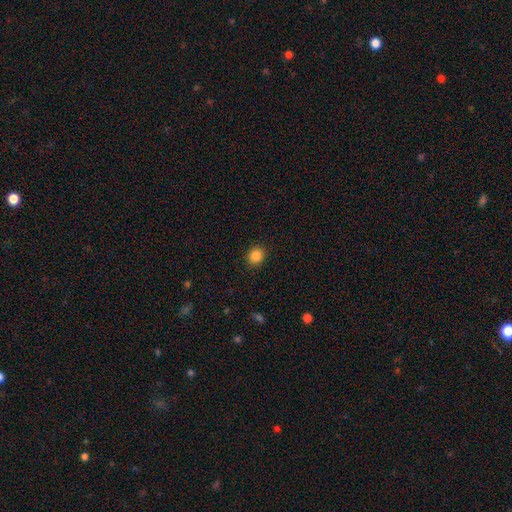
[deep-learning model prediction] Smooth or featured: smooth — 86% (star or artifact — 10%)
How rounded: round — 80% (in between — 20%)
Merging: none — 90% (minor disturbance — 6%)